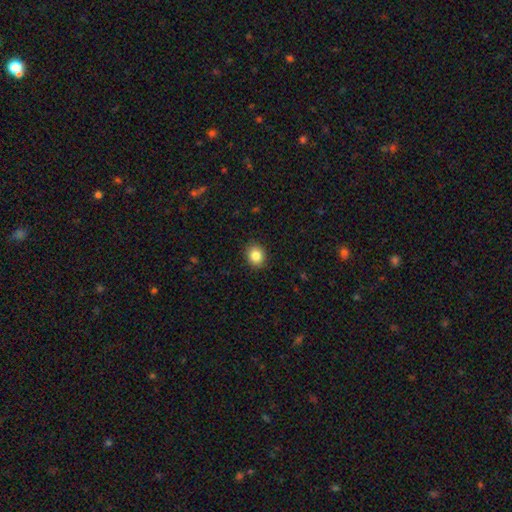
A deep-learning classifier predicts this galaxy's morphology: The model was most divided on "how rounded": round: 68%, in between: 31%, cigar-shaped: 1%. More confident: merging — none (90%); smooth or featured — smooth (86%).